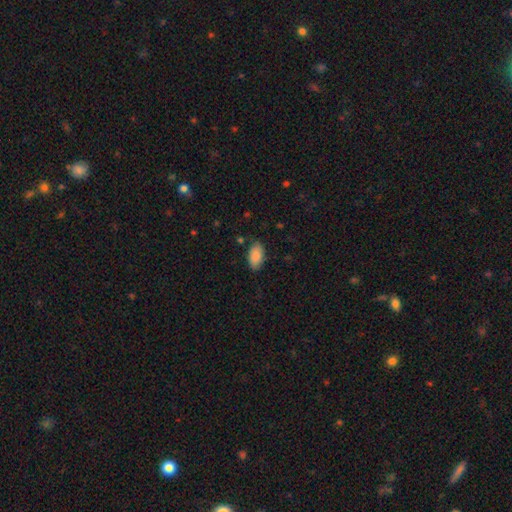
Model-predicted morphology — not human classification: smooth 89%, star or artifact 7%, featured or disk 5%. Down the decision tree: how rounded — in between (94%); merging — none (82%).